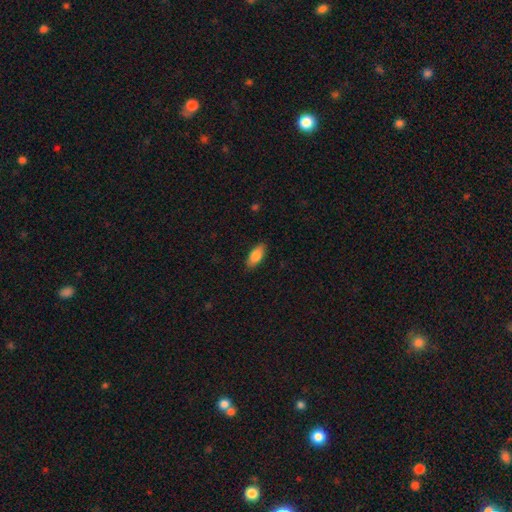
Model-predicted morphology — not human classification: The model was most divided on "how rounded": in between: 85%, cigar-shaped: 13%, round: 2%. More confident: merging — none (88%); smooth or featured — smooth (84%).